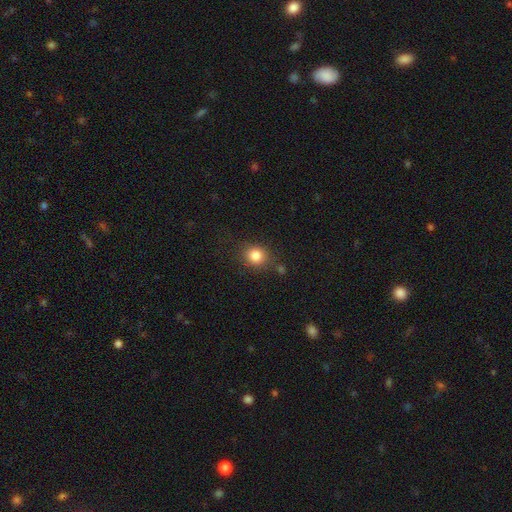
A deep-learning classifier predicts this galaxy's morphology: smooth_or_featured: smooth (p=0.84) [alt: star or artifact p=0.11]
how_rounded: round (p=0.78) [alt: in between p=0.21]
merging: none (p=0.79) [alt: minor disturbance p=0.12]